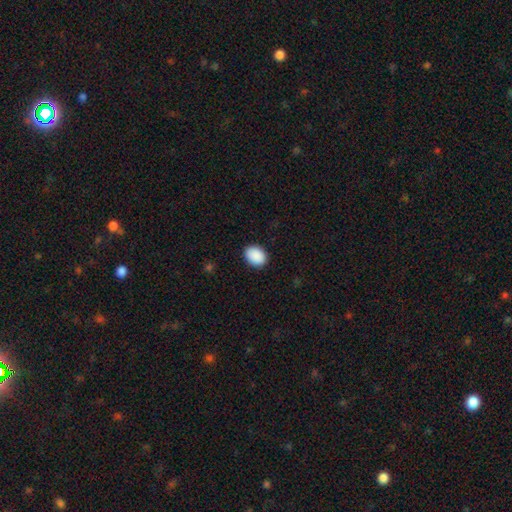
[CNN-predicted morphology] Smooth or featured?
  - smooth: 91% *
  - star or artifact: 7%
  - featured or disk: 2%
How rounded?
  - in between: 70% *
  - round: 30%
  - cigar-shaped: 1%
Merging?
  - none: 89% *
  - minor disturbance: 8%
  - major disturbance: 2%
  - merger: 1%